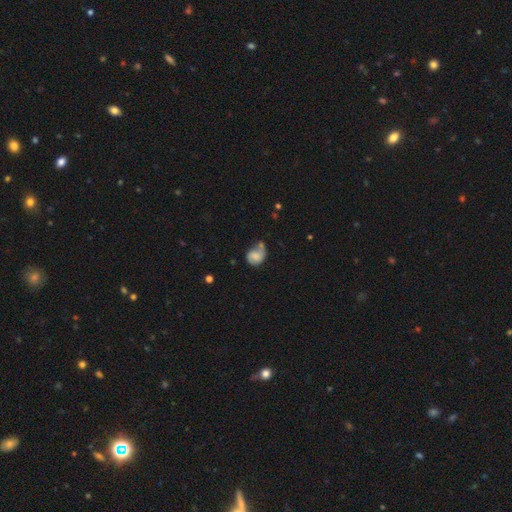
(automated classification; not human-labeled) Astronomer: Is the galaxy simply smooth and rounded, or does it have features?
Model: smooth — 57% (runner-up: featured or disk, 34%).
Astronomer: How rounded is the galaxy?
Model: round — 57% (runner-up: in between, 42%).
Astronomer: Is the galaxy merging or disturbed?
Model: none — 36% (runner-up: minor disturbance, 29%).